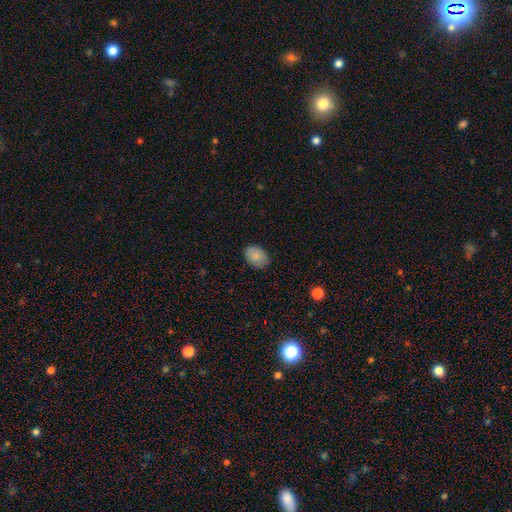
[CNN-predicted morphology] Smooth or featured? Predicted: smooth (p=0.85). How rounded? Predicted: in between (p=0.83). Merging? Predicted: none (p=0.85).